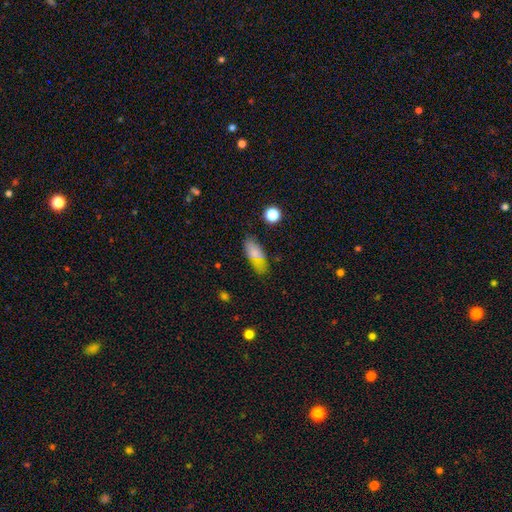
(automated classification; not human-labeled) Smooth or featured: smooth — 77% (featured or disk — 13%)
How rounded: in between — 76% (cigar-shaped — 20%)
Merging: none — 73% (minor disturbance — 18%)